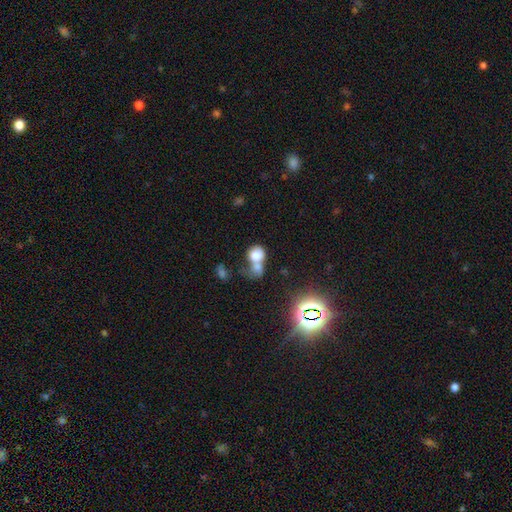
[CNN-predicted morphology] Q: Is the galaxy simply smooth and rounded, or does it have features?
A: smooth — 72%.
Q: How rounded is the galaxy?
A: round — 60%.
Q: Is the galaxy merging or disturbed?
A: merger — 65%.